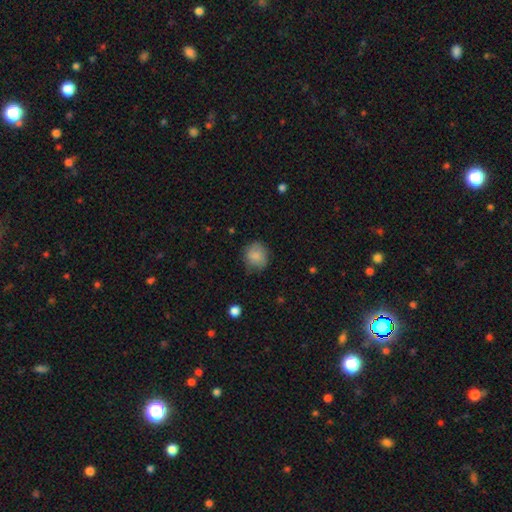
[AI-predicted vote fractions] Smooth or featured?
  - smooth: 83% *
  - featured or disk: 9%
  - star or artifact: 8%
How rounded?
  - round: 77% *
  - in between: 23%
  - cigar-shaped: 1%
Merging?
  - none: 70% *
  - minor disturbance: 23%
  - major disturbance: 6%
  - merger: 1%